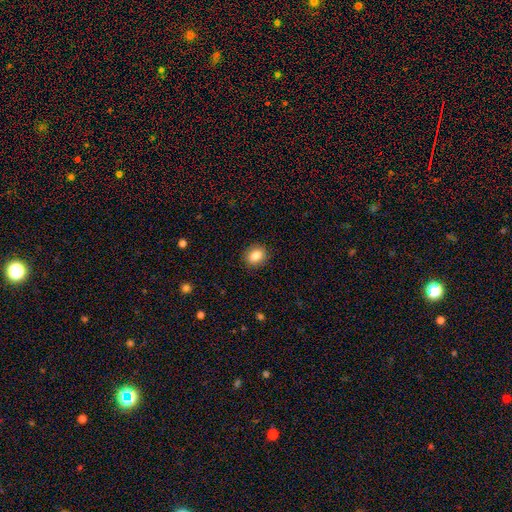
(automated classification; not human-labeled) Q: Smooth or featured?
A: smooth (84%); runner-up: star or artifact (9%)
Q: How rounded?
A: round (59%); runner-up: in between (40%)
Q: Merging?
A: none (90%); runner-up: minor disturbance (7%)